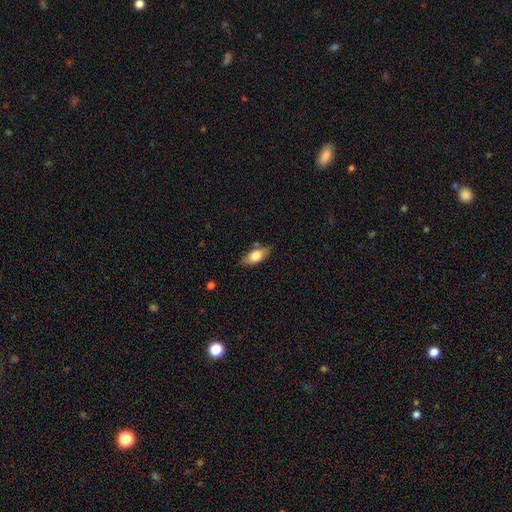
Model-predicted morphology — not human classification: Smooth or featured? smooth (70%)
How rounded? in between (83%)
Merging? none (79%)